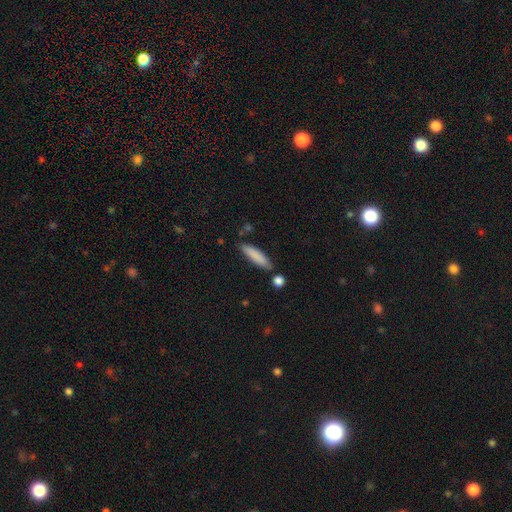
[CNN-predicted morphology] A smooth galaxy with no disk features (84%) that is cigar-shaped (74%).

Vote fractions:
- Smooth or featured? smooth: 84% / featured or disk: 11% / star or artifact: 6%
- How rounded? cigar-shaped: 74% / in between: 24% / round: 2%
- Merging? none: 77% / minor disturbance: 14% / merger: 6% / major disturbance: 3%